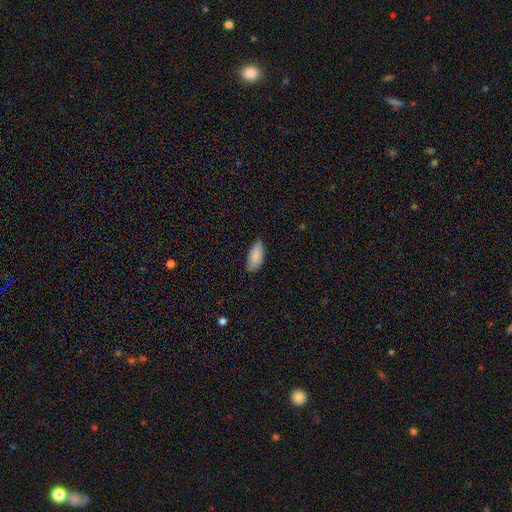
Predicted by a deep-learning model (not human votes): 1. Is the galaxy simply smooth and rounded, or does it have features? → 88% smooth, 6% star or artifact, 6% featured or disk.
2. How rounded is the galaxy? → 88% in between, 10% cigar-shaped, 2% round.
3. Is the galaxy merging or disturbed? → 79% none, 18% minor disturbance, 3% major disturbance, 1% merger.